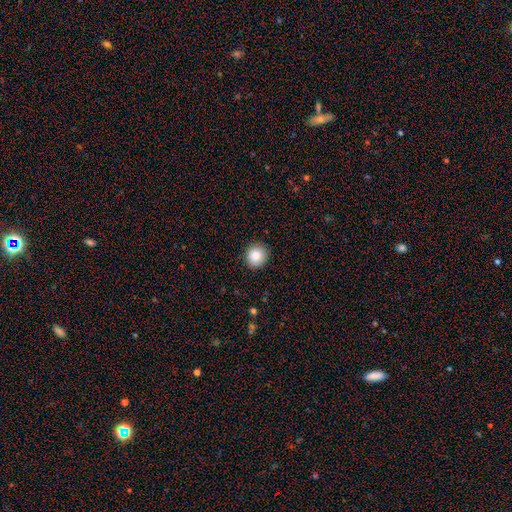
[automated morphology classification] Smooth or featured?
  - smooth: 86% *
  - star or artifact: 9%
  - featured or disk: 5%
How rounded?
  - round: 90% *
  - in between: 9%
  - cigar-shaped: 1%
Merging?
  - none: 91% *
  - minor disturbance: 7%
  - major disturbance: 2%
  - merger: 1%